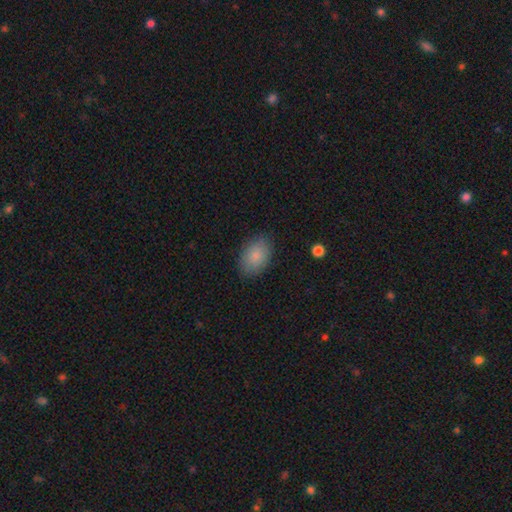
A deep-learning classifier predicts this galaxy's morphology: type=smooth (86%); roundness=in between (86%); merging=none (84%).